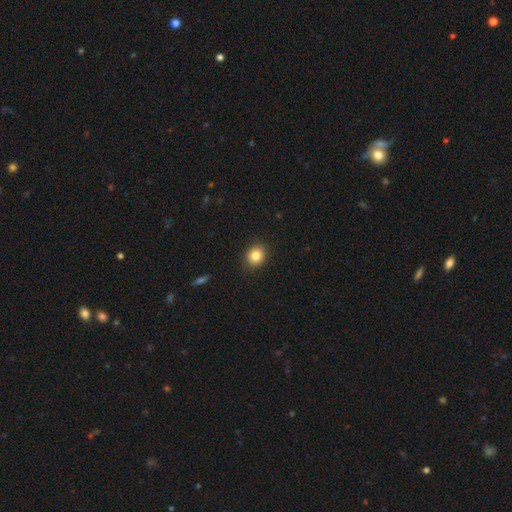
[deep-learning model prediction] The model was most divided on "how rounded": round: 72%, in between: 27%, cigar-shaped: 1%. More confident: merging — none (89%); smooth or featured — smooth (84%).